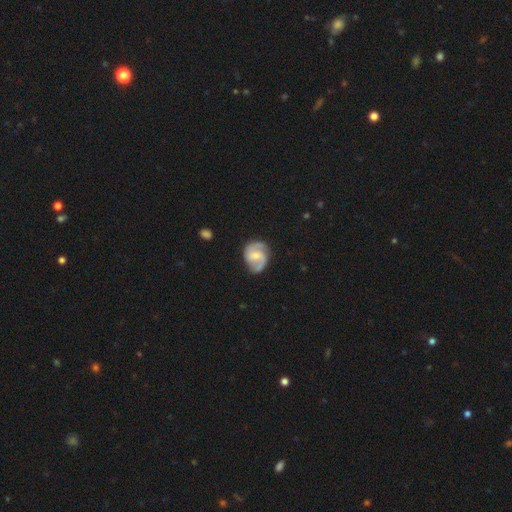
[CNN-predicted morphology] smooth-or-featured: featured or disk: 81% | smooth: 14% | star or artifact: 5%
  disk-edge-on: no: 98% | yes: 2%
    bar: weak: 50% | no: 36% | strong: 14%
    has-spiral-arms: yes: 96% | no: 4%
      spiral-winding: medium: 53% | tight: 25% | loose: 22%
      spiral-arm-count: 2: 88% | can't tell: 5% | 1: 3% | 3: 2% | 4: 1% | more than 4: 1%
    bulge-size: small: 48% | moderate: 38% | none: 10% | large: 3% | dominant: 1%
  merging: none: 73% | minor disturbance: 19% | major disturbance: 6% | merger: 2%